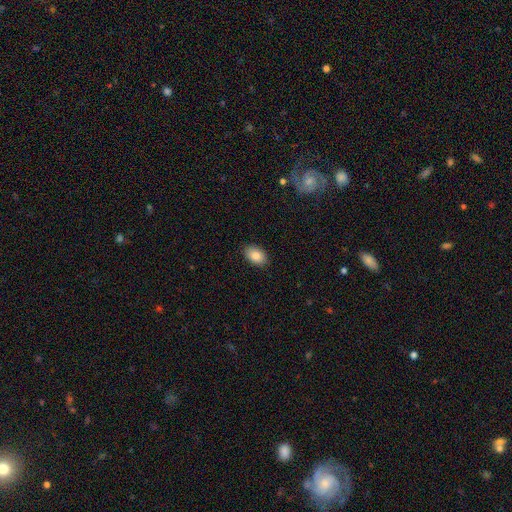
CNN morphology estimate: Smooth or featured? smooth (84%)
How rounded? in between (87%)
Merging? none (89%)